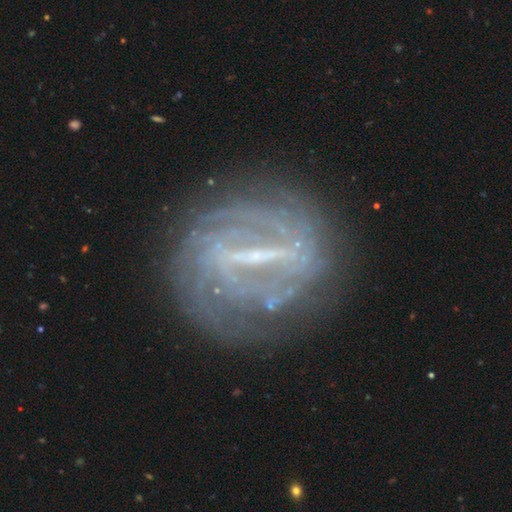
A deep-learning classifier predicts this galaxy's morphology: Smooth or featured: featured or disk — 85% (smooth — 8%)
Edge-on disk: no — 93% (yes — 7%)
Bar: strong — 75% (weak — 19%)
Spiral arms: yes — 79% (no — 21%)
Spiral winding: tight — 68% (medium — 22%)
Spiral arm count: can't tell — 49% (2 — 23%)
Bulge size: small — 48% (none — 28%)
Merging: none — 75% (minor disturbance — 14%)